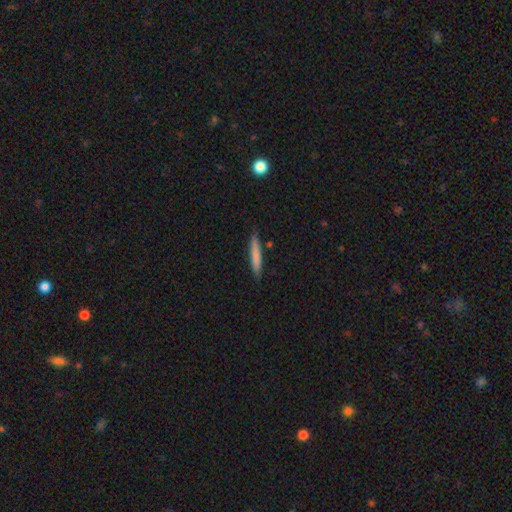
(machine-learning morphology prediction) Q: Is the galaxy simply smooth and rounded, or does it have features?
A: smooth — 75%.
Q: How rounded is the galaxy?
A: cigar-shaped — 94%.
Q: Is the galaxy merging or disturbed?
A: none — 86%.